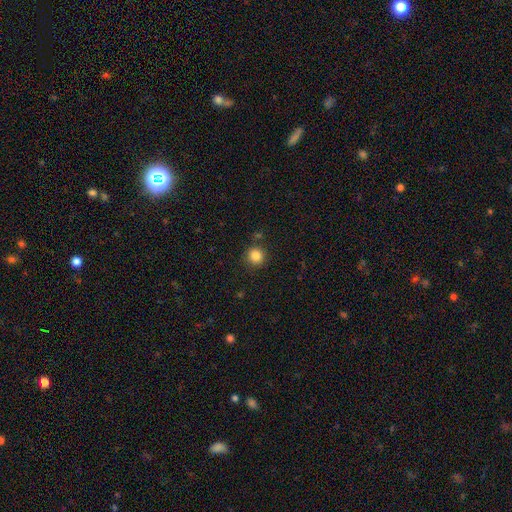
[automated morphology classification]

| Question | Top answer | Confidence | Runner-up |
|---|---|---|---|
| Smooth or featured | smooth | 85% | star or artifact (11%) |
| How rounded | round | 92% | in between (7%) |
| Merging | none | 86% | minor disturbance (8%) |